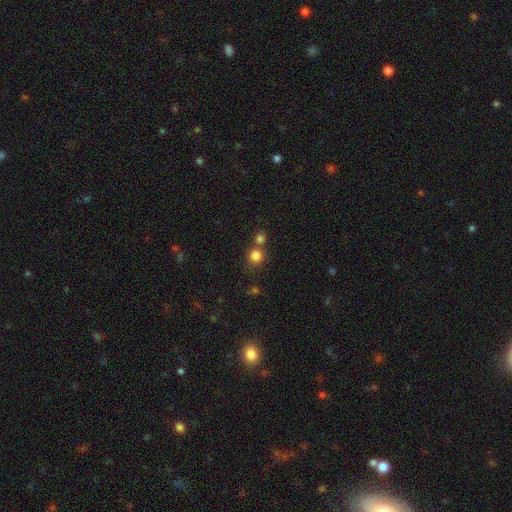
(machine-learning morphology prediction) Smooth or featured? Predicted: smooth (p=0.81). How rounded? Predicted: round (p=0.90). Merging? Predicted: none (p=0.62).